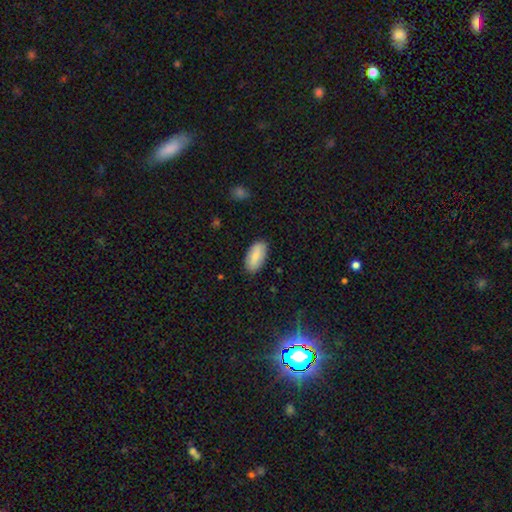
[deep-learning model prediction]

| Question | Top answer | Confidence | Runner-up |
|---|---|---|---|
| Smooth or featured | smooth | 83% | featured or disk (11%) |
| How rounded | in between | 92% | cigar-shaped (6%) |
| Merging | none | 87% | minor disturbance (10%) |